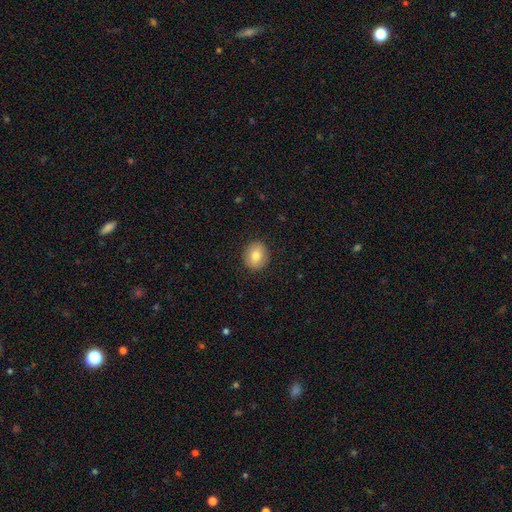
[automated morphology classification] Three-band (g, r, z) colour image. It shows a smooth galaxy with no disk features (80%) that is round (72%). Merging: none (90%).